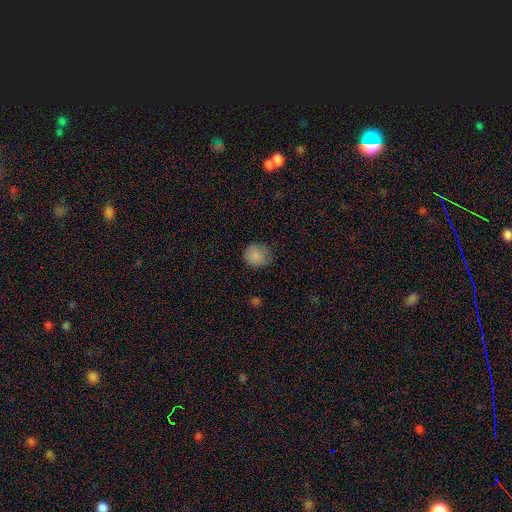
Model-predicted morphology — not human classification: A smooth galaxy with no disk features (84%) that is round (85%).

Vote fractions:
- Smooth or featured? smooth: 84% / star or artifact: 10% / featured or disk: 6%
- How rounded? round: 85% / in between: 14% / cigar-shaped: 1%
- Merging? none: 72% / minor disturbance: 22% / major disturbance: 5% / merger: 1%